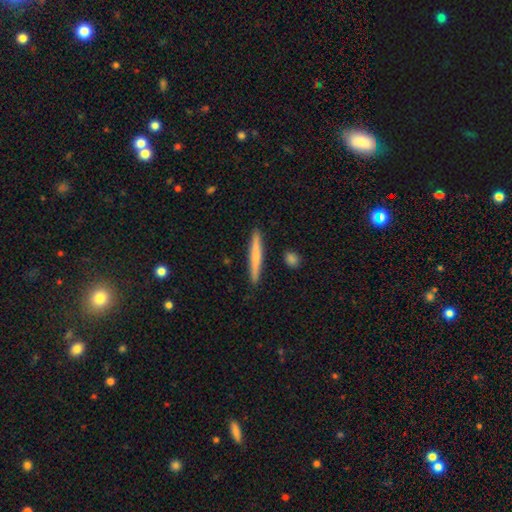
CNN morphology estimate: type=smooth (62%); roundness=cigar-shaped (96%); merging=none (90%).